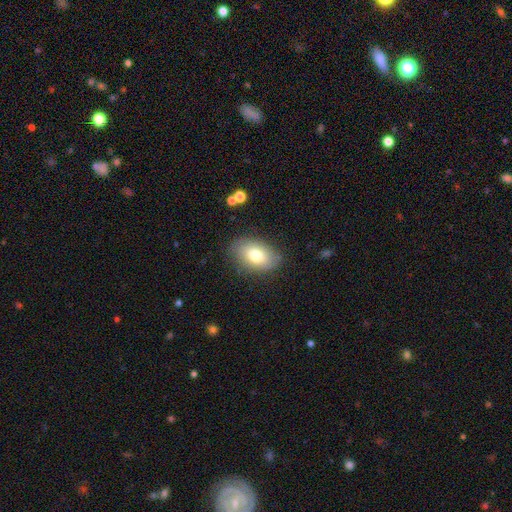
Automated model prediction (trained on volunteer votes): This is likely a smooth galaxy (76%). How rounded: clearly in between (87%). Merging: clearly none (82%).